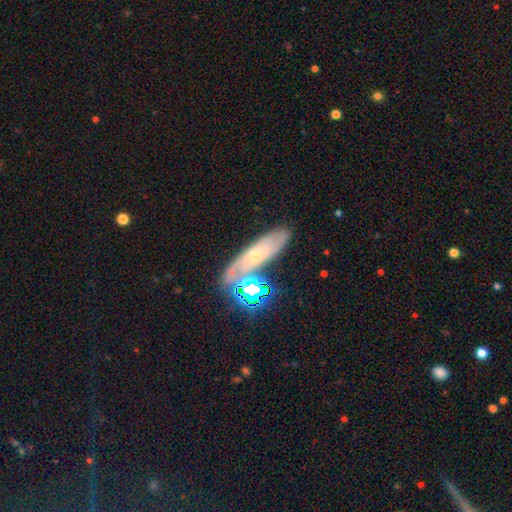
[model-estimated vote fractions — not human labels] The model was most divided on "smooth or featured": featured or disk: 46%, smooth: 31%, star or artifact: 22%. More confident: merging — none (58%).